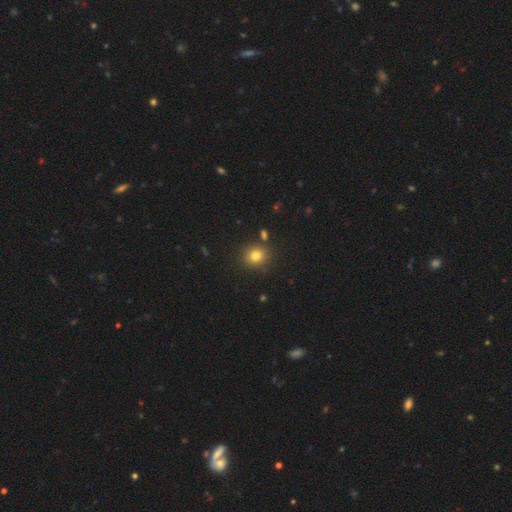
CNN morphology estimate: smooth-or-featured: smooth: 79% | star or artifact: 14% | featured or disk: 7%
  how-rounded: round: 81% | in between: 18% | cigar-shaped: 1%
  merging: none: 84% | minor disturbance: 8% | merger: 5% | major disturbance: 2%